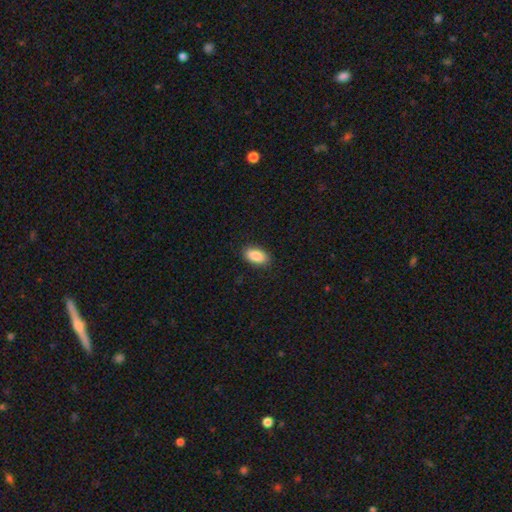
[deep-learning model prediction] Overall: smooth (90%). How rounded: in between (93%). Merging: none (87%).